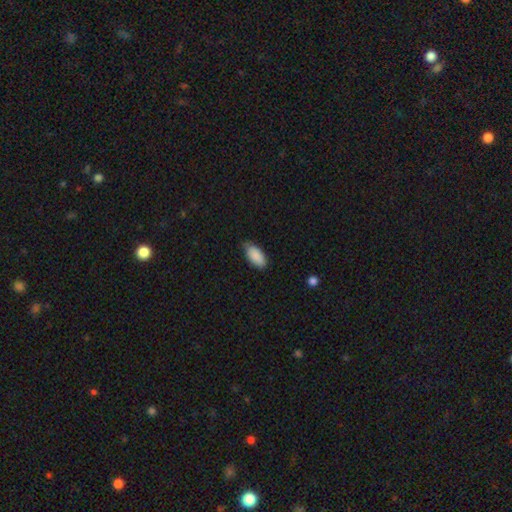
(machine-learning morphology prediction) smooth 89%, star or artifact 6%, featured or disk 5%. Down the decision tree: how rounded — in between (93%); merging — none (72%).